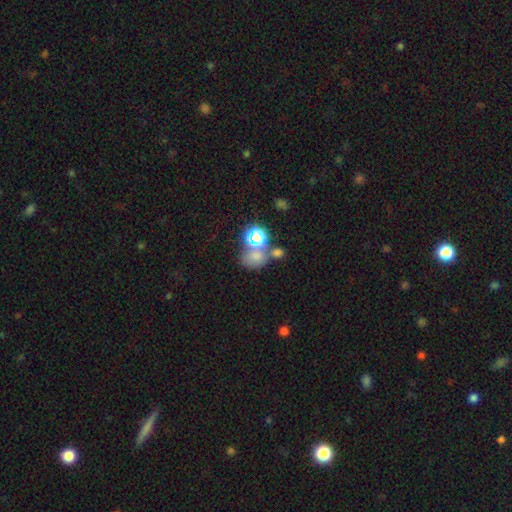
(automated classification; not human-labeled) Morphology: type=smooth (58%); roundness=round (52%); merging=none (42%).